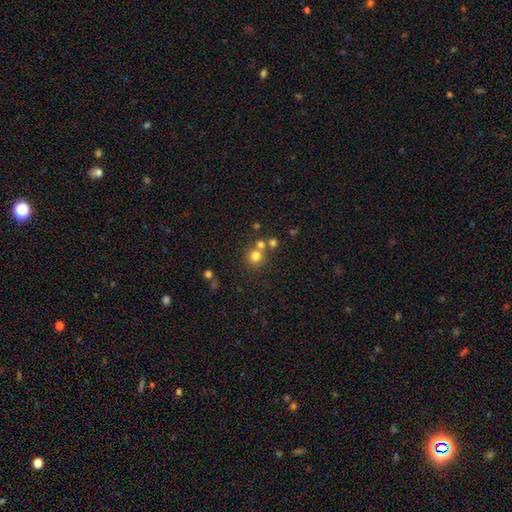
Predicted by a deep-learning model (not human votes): smooth 75%, star or artifact 15%, featured or disk 10%. Down the decision tree: how rounded — round (90%); merging — none (62%).